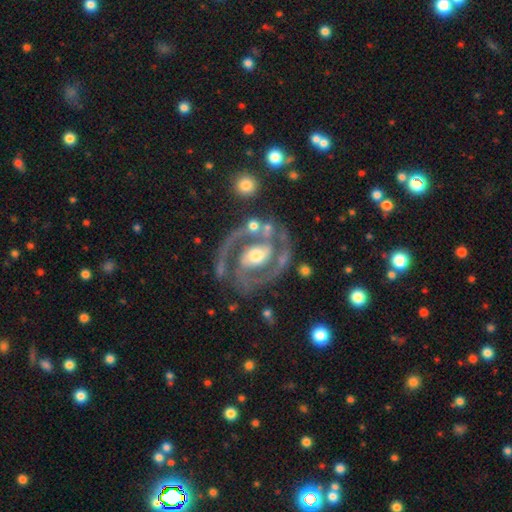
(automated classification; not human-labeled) Smooth or featured? Predicted: featured or disk (p=0.88). Edge-on disk? Predicted: no (p=0.97). Bar? Predicted: weak (p=0.35, tied with no). Spiral arms? Predicted: yes (p=0.91). Spiral winding? Predicted: medium (p=0.49). Spiral arm count? Predicted: 2 (p=0.85). Bulge size? Predicted: moderate (p=0.69). Merging? Predicted: none (p=0.66).